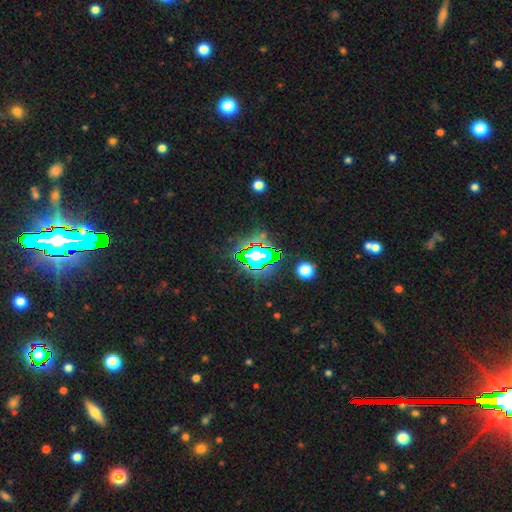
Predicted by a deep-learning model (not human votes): Smooth or featured? Predicted: star or artifact (p=0.70).